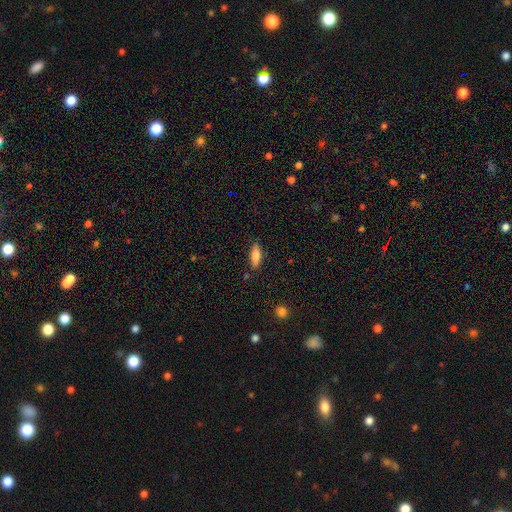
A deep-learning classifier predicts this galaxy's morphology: Overall: smooth (74%). How rounded: in between (63%; cigar-shaped 35%). Merging: none (83%).